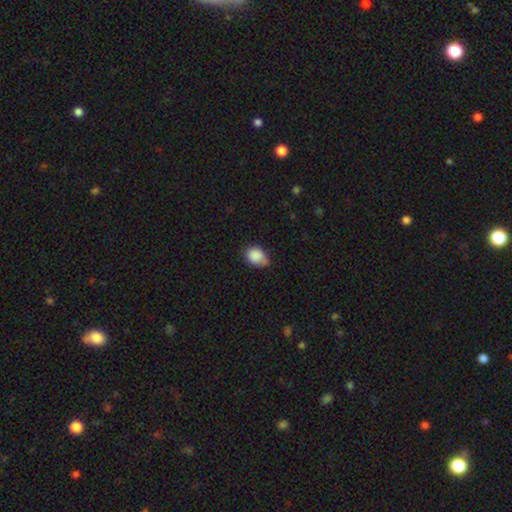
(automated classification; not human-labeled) Smooth or featured: smooth — 87% (star or artifact — 9%)
How rounded: in between — 50% (round — 49%)
Merging: none — 47% (minor disturbance — 41%)